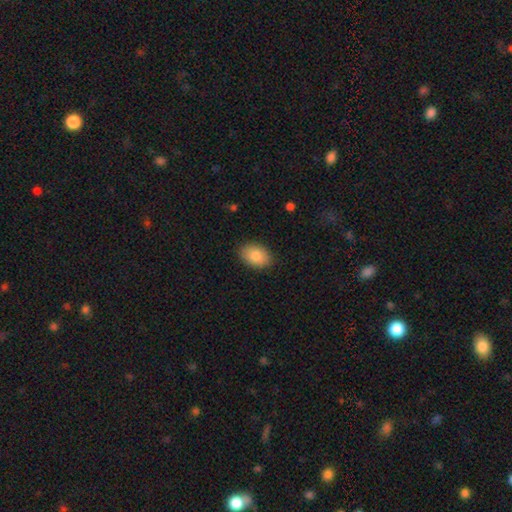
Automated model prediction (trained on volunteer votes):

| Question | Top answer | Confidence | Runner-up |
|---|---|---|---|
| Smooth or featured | smooth | 85% | featured or disk (9%) |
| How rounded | in between | 85% | round (14%) |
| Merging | none | 87% | minor disturbance (9%) |